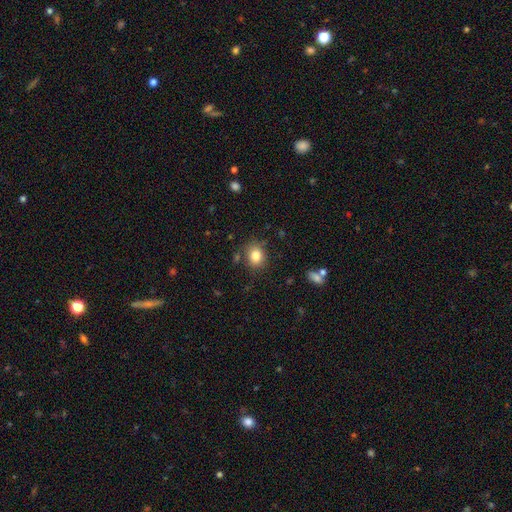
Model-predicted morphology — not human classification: This is clearly a smooth galaxy (82%). How rounded: likely round (66%). Merging: clearly none (82%).